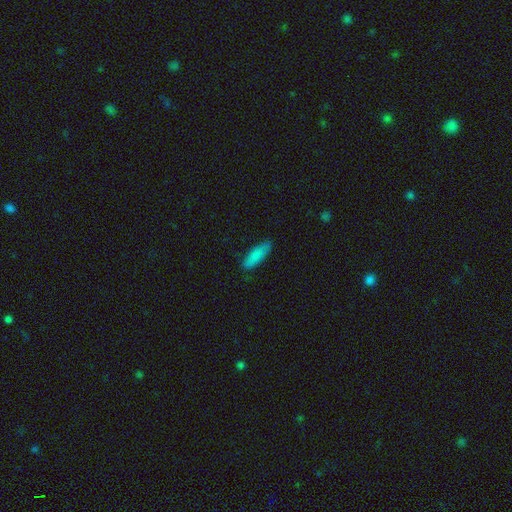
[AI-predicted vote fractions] Morphology: type=smooth (85%); roundness=cigar-shaped (52%); merging=none (84%).